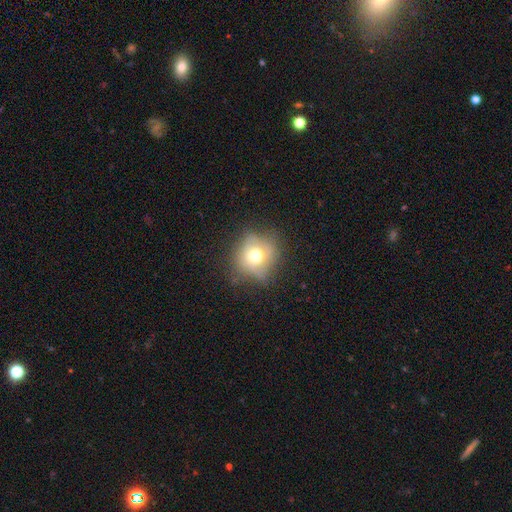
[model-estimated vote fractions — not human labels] Q: Smooth or featured?
A: smooth (59%); runner-up: featured or disk (29%)
Q: How rounded?
A: round (77%); runner-up: in between (21%)
Q: Merging?
A: none (58%); runner-up: minor disturbance (27%)